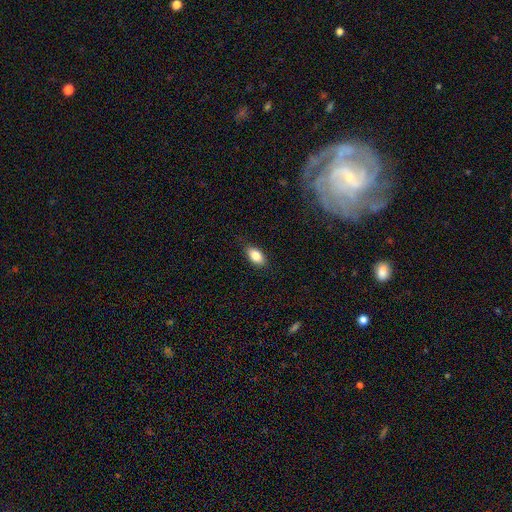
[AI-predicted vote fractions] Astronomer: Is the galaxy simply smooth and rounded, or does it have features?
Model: smooth — 84%.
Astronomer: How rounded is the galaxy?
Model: in between — 91%.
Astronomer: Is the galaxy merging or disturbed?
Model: none — 86%.